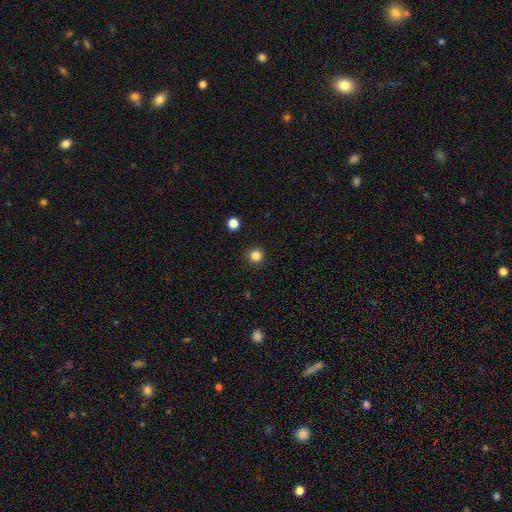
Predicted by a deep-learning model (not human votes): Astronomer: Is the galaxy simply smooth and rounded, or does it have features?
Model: smooth — 84%.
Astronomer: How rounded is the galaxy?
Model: round — 95%.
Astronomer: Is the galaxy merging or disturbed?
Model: none — 93%.